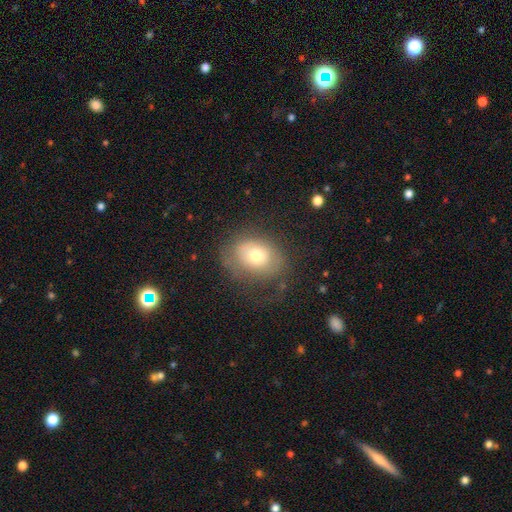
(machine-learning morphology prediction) Smooth or featured: smooth — 63% (featured or disk — 27%)
How rounded: in between — 59% (round — 40%)
Merging: none — 57% (minor disturbance — 23%)